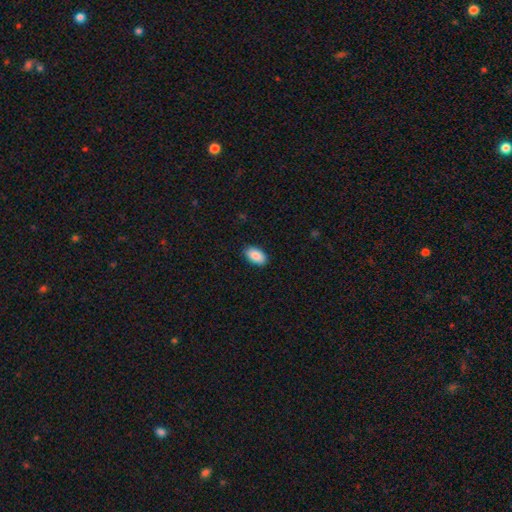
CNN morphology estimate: Smooth or featured?
  - smooth: 89% *
  - star or artifact: 7%
  - featured or disk: 4%
How rounded?
  - in between: 94% *
  - round: 4%
  - cigar-shaped: 2%
Merging?
  - none: 88% *
  - minor disturbance: 9%
  - major disturbance: 2%
  - merger: 1%